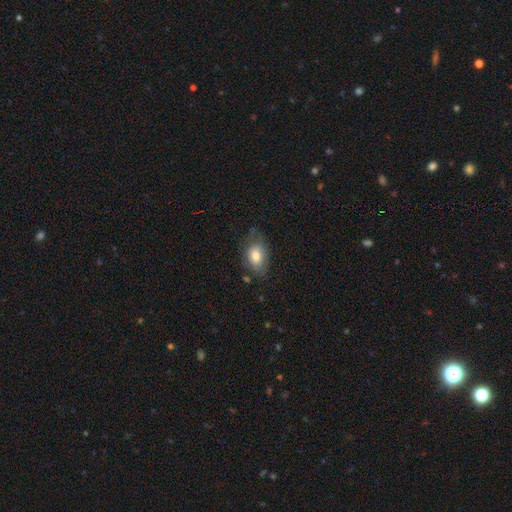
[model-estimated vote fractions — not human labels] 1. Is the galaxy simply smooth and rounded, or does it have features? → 72% smooth, 21% featured or disk, 7% star or artifact.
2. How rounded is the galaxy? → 82% in between, 16% round, 1% cigar-shaped.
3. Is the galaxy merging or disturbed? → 55% none, 30% minor disturbance, 13% major disturbance, 3% merger.